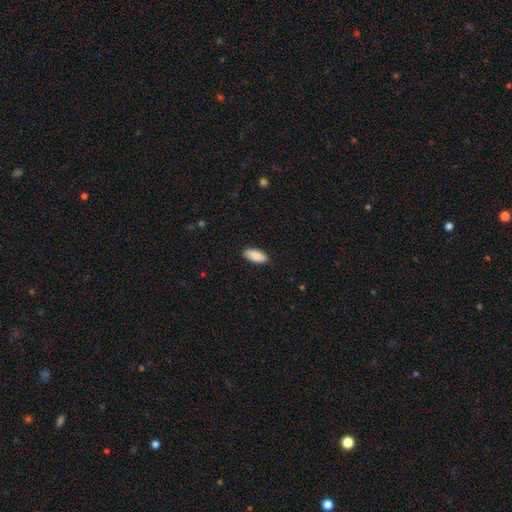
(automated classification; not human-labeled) Smooth or featured? Predicted: smooth (p=0.89). How rounded? Predicted: in between (p=0.86). Merging? Predicted: none (p=0.89).